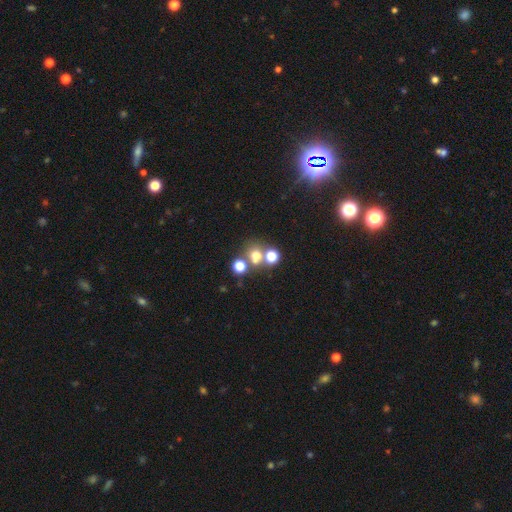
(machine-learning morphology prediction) A smooth galaxy with no disk features (64%) that is round (81%).

Vote fractions:
- Smooth or featured? smooth: 64% / star or artifact: 23% / featured or disk: 13%
- How rounded? round: 81% / in between: 18% / cigar-shaped: 1%
- Merging? none: 52% / merger: 36% / minor disturbance: 7% / major disturbance: 5%